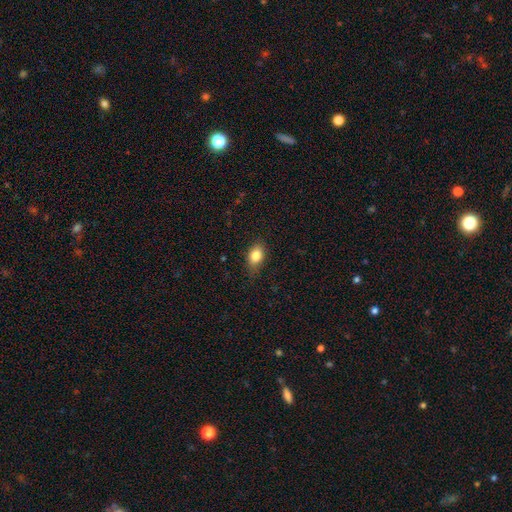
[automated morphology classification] smooth 83%, star or artifact 9%, featured or disk 8%. Down the decision tree: how rounded — in between (79%); merging — none (79%).